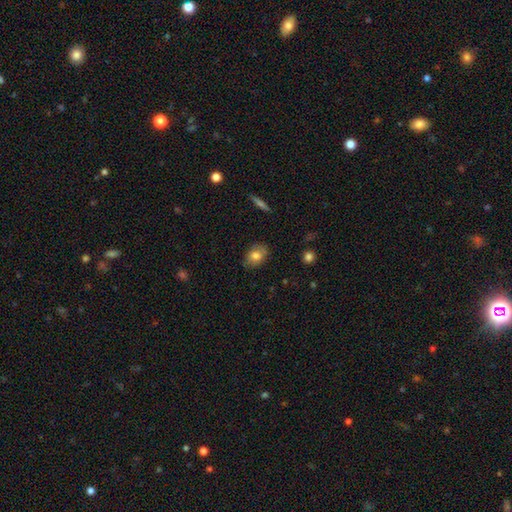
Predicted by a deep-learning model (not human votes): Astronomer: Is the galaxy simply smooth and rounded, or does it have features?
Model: smooth — 76%.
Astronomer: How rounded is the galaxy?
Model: in between — 77%.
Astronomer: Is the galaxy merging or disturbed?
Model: none — 81%.